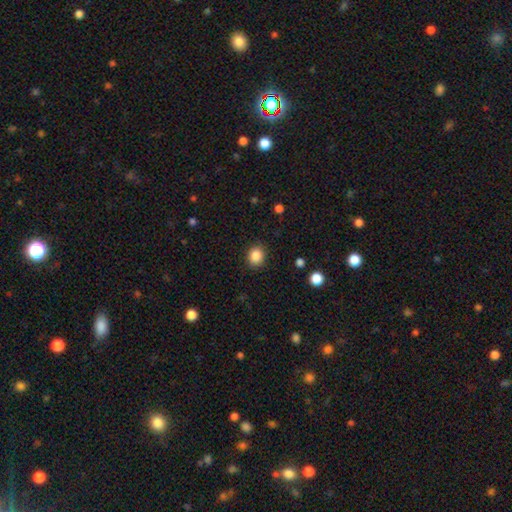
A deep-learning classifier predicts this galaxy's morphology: Smooth or featured? smooth (87%)
How rounded? round (70%)
Merging? none (88%)